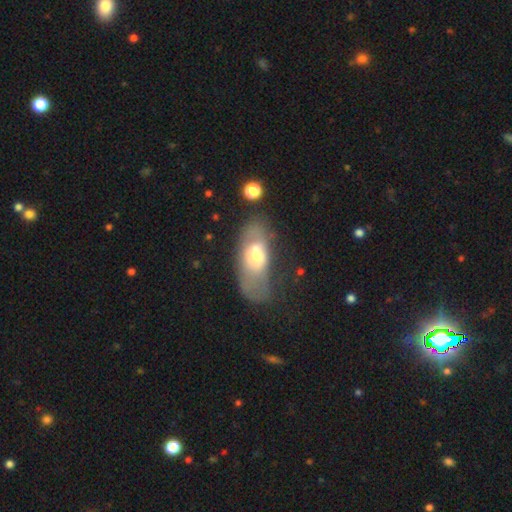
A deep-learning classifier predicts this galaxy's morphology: A smooth galaxy with no disk features (51%) that is in between round and cigar-shaped (85%).

Vote fractions:
- Smooth or featured? smooth: 51% / featured or disk: 41% / star or artifact: 8%
- How rounded? in between: 85% / cigar-shaped: 10% / round: 5%
- Merging? none: 38% / major disturbance: 27% / minor disturbance: 27% / merger: 8%